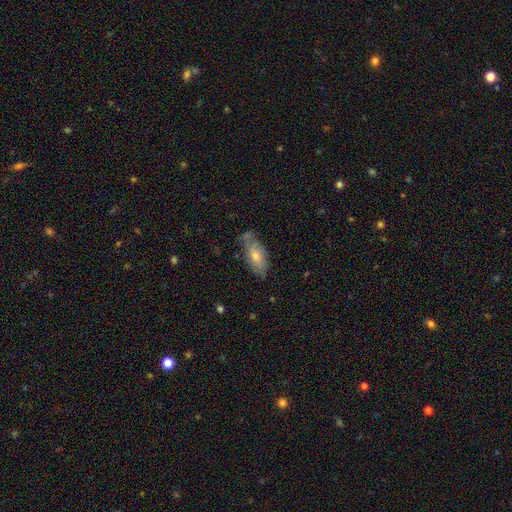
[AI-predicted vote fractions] Overall: smooth (62%; featured or disk 29%). How rounded: in between (80%). Merging: none (66%).